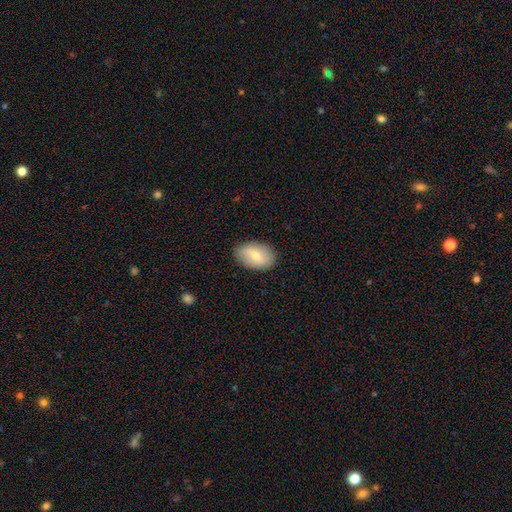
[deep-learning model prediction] This appears to be a smooth galaxy with no disk features (70%) that is in between round and cigar-shaped (89%). Merging: none (85%).